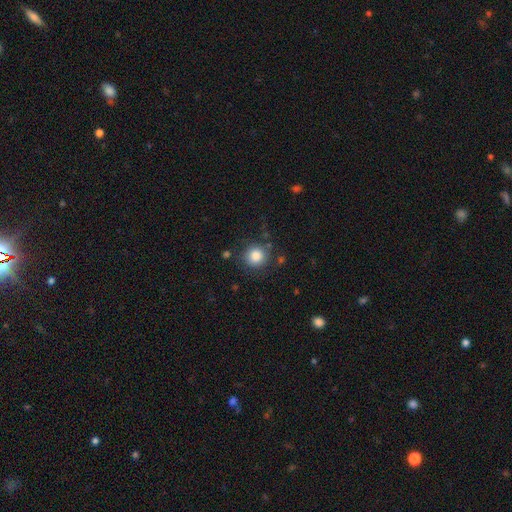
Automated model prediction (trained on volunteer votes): Smooth or featured? Predicted: smooth (p=0.85). How rounded? Predicted: round (p=0.91). Merging? Predicted: none (p=0.84).